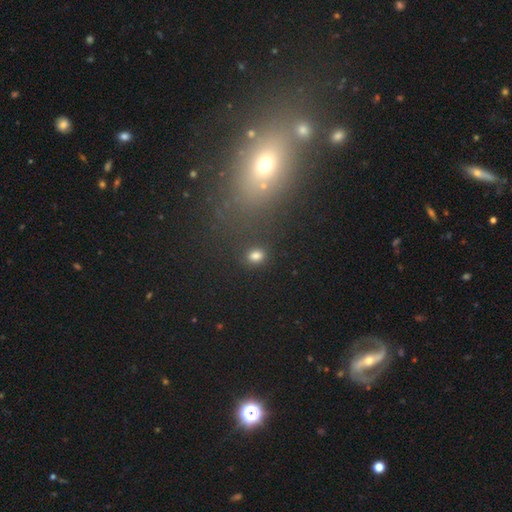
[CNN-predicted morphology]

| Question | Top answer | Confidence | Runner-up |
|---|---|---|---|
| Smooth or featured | smooth | 79% | star or artifact (15%) |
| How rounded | in between | 59% | round (39%) |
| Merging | none | 83% | minor disturbance (10%) |